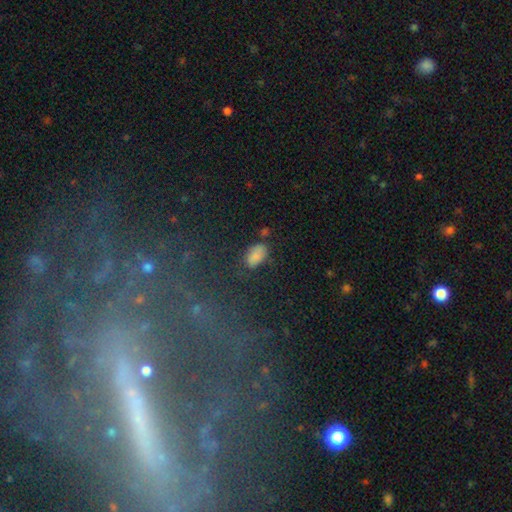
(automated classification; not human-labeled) The model was most divided on "merging": none: 64%, minor disturbance: 23%, major disturbance: 7%, merger: 5%. More confident: how rounded — in between (92%); smooth or featured — smooth (80%).